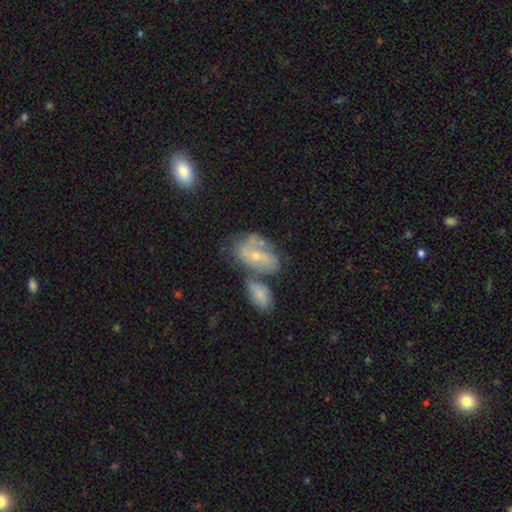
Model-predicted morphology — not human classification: A featured or disk galaxy (63%) with no bar (49%), spiral arms (71%) and a small central bulge (59%). Merging: none (38%).